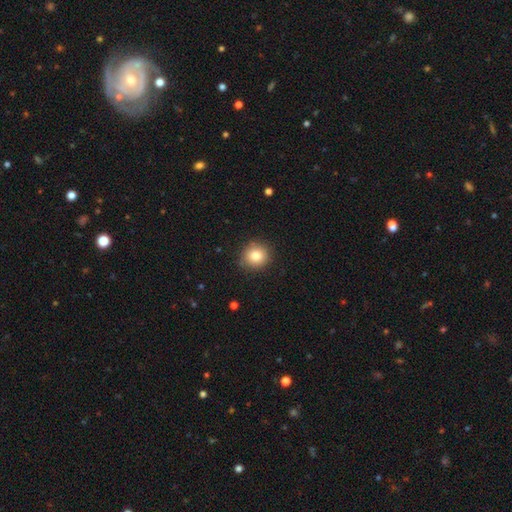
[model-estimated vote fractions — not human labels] Smooth or featured? Predicted: smooth (p=0.82). How rounded? Predicted: round (p=0.90). Merging? Predicted: none (p=0.88).